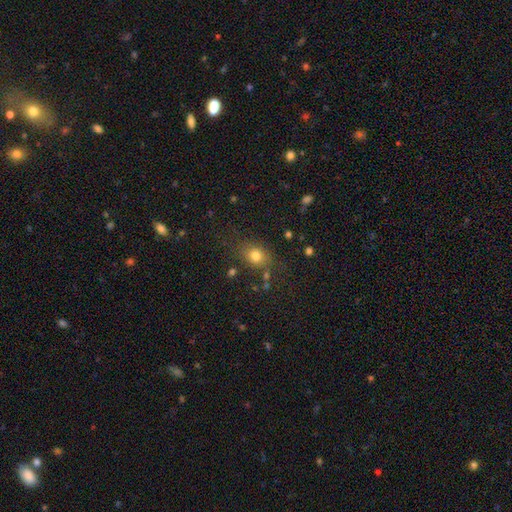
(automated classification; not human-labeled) smooth 76%, star or artifact 15%, featured or disk 9%. Down the decision tree: how rounded — round (51%); merging — none (76%).